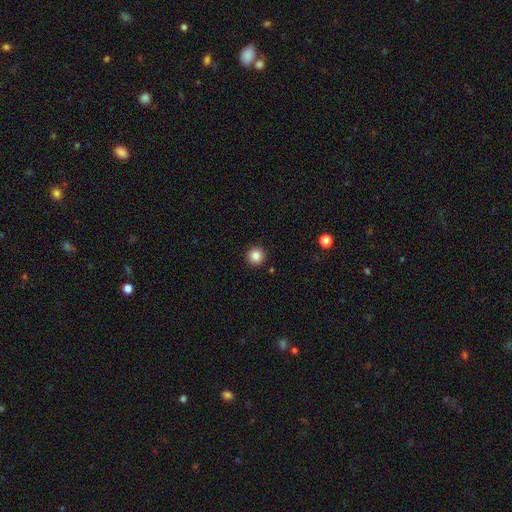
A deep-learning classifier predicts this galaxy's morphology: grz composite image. It shows a smooth galaxy with no disk features (85%) that is round (96%). Merging: none (92%).